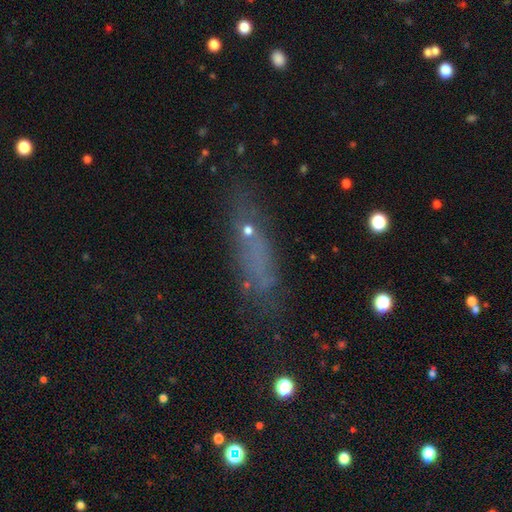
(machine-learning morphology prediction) Overall: smooth (50%; star or artifact 26%). How rounded: cigar-shaped (59%; in between 35%). Merging: none (64%).